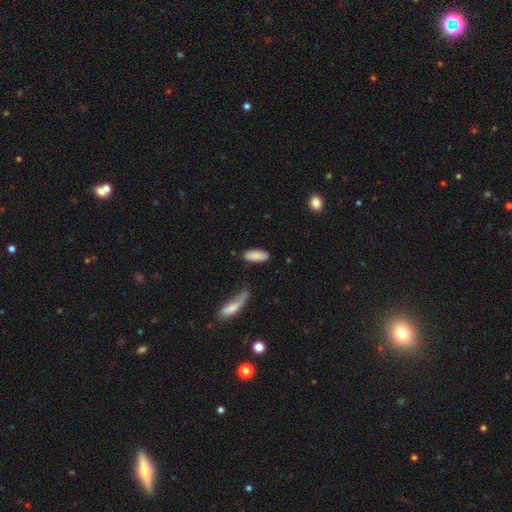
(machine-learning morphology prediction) Q: Smooth or featured?
A: smooth (88%); runner-up: featured or disk (6%)
Q: How rounded?
A: in between (77%); runner-up: cigar-shaped (21%)
Q: Merging?
A: none (81%); runner-up: minor disturbance (12%)